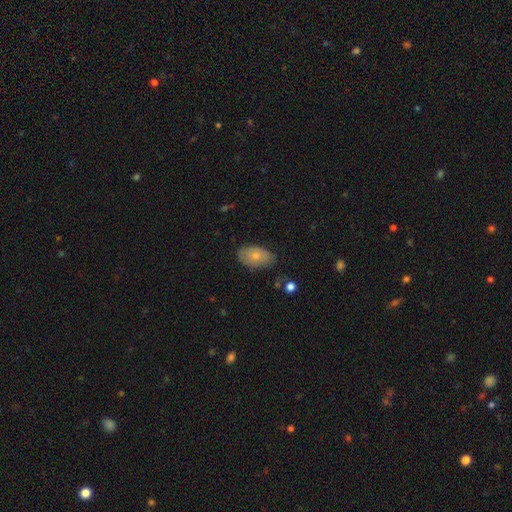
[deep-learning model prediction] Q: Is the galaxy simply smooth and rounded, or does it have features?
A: smooth — 73%.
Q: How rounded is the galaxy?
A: in between — 91%.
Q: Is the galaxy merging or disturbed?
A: none — 73%.